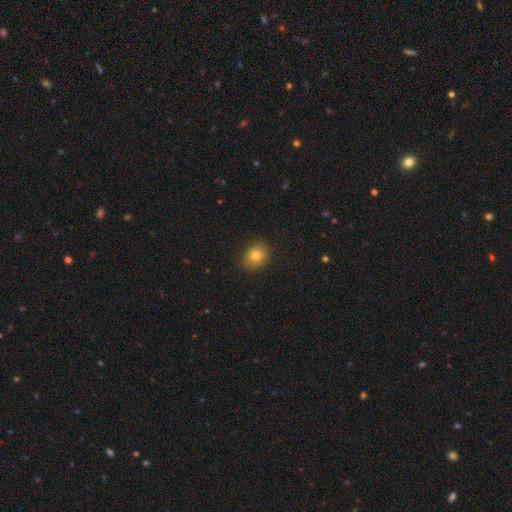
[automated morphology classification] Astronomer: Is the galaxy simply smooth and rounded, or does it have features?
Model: smooth — 78%.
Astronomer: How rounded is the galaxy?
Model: round — 66%.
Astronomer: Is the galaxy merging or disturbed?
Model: none — 85%.